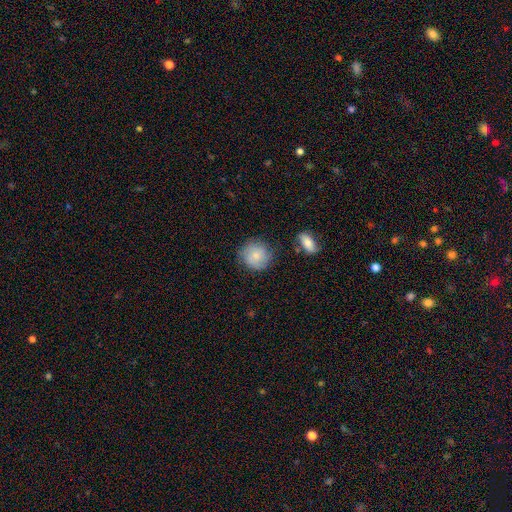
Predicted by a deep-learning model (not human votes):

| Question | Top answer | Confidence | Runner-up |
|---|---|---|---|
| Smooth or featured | smooth | 79% | featured or disk (14%) |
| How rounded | round | 91% | in between (8%) |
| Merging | none | 78% | minor disturbance (15%) |